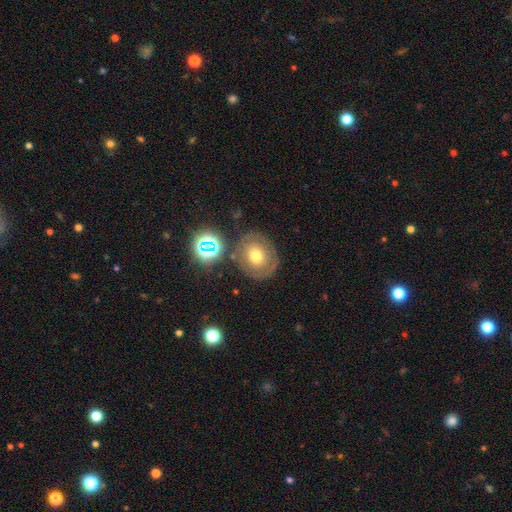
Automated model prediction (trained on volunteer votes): A smooth galaxy with no disk features (54%) that is round (71%). Merging: none (73%).